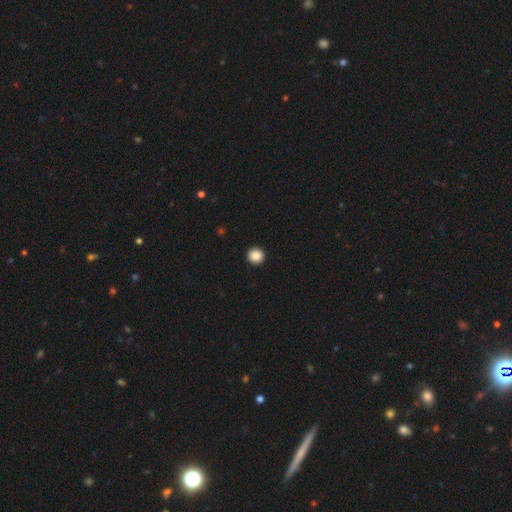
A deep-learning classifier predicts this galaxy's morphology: A smooth galaxy with no disk features (87%) that is round (95%). Merging: none (94%).